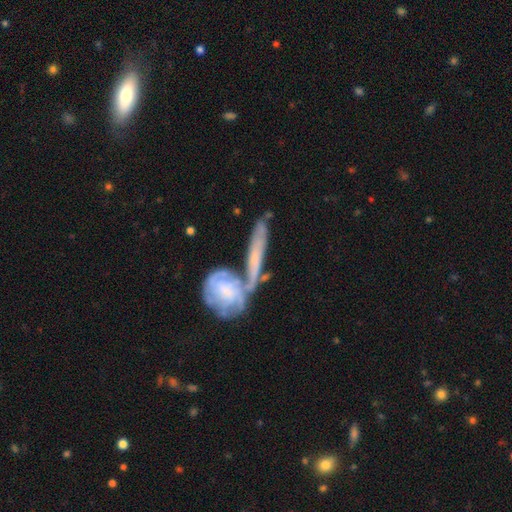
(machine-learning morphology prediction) Q: Smooth or featured?
A: featured or disk (59%); runner-up: smooth (35%)
Q: Edge-on disk?
A: no (56%); runner-up: yes (44%)
Q: Merging?
A: merger (42%); runner-up: none (37%)